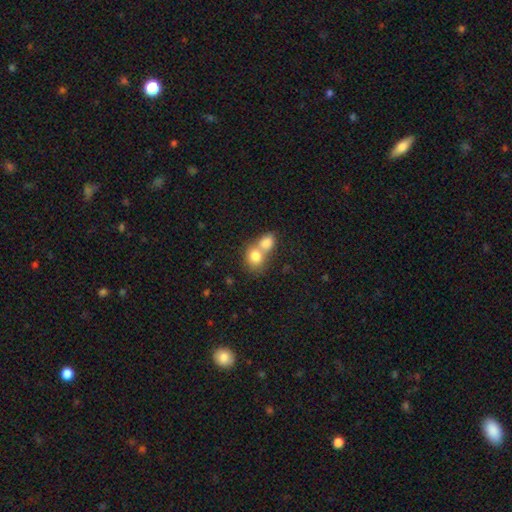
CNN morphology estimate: Smooth or featured? smooth (79%)
How rounded? round (60%)
Merging? merger (69%)